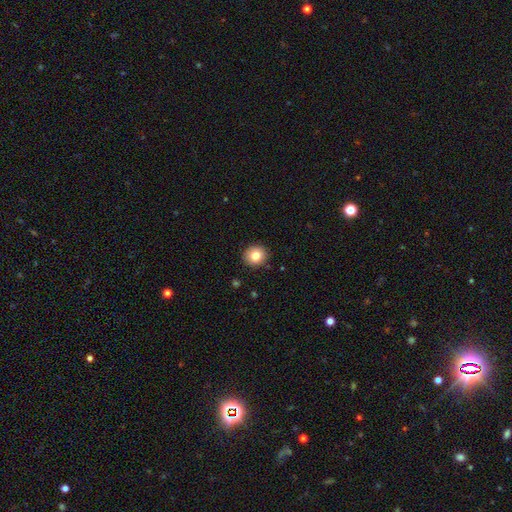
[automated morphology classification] Q: Smooth or featured?
A: smooth (82%); runner-up: star or artifact (9%)
Q: How rounded?
A: round (82%); runner-up: in between (17%)
Q: Merging?
A: none (90%); runner-up: minor disturbance (7%)